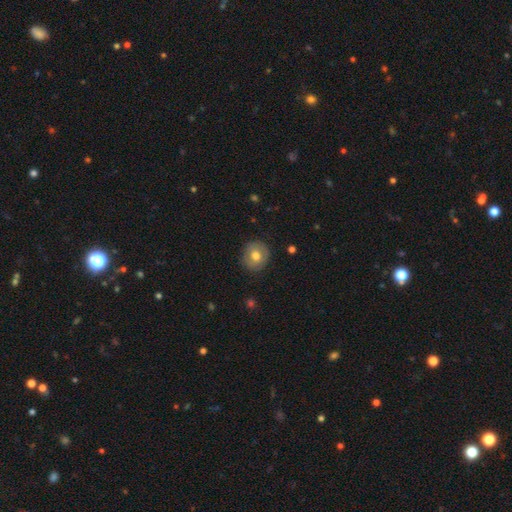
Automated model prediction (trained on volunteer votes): This appears to be a smooth galaxy with no disk features (68%) that is round (83%). Merging: none (85%).